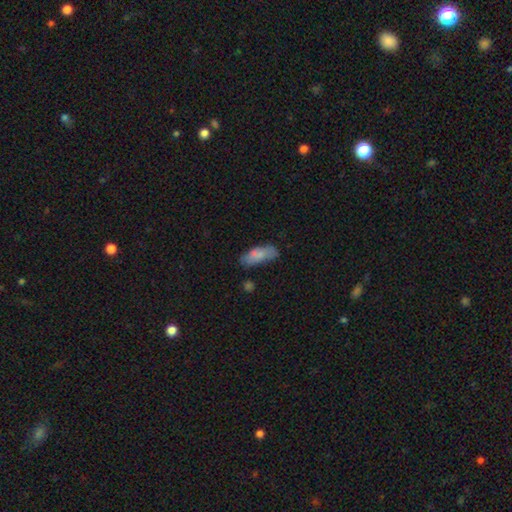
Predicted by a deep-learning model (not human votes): Morphology: type=smooth (73%); roundness=in between (68%); merging=none (64%).